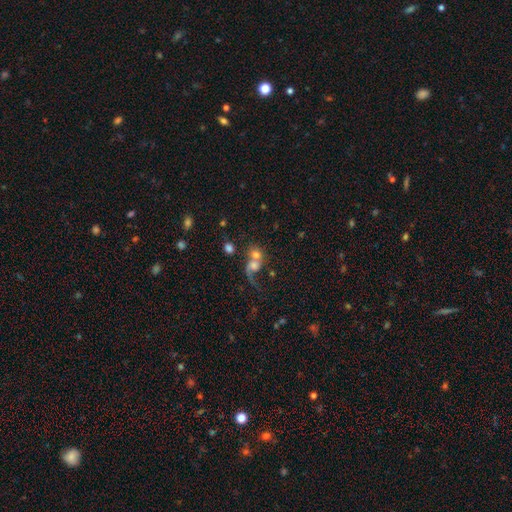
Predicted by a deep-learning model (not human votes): A smooth galaxy with no disk features (46%). Merging: merger (65%).